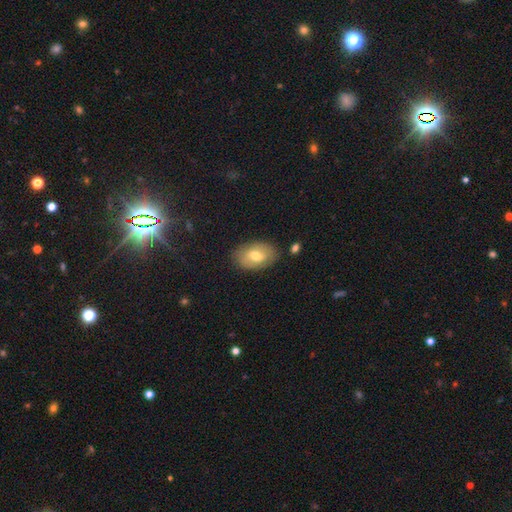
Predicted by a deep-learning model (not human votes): This is likely a smooth galaxy (64%). How rounded: clearly in between (89%). Merging: clearly none (83%).